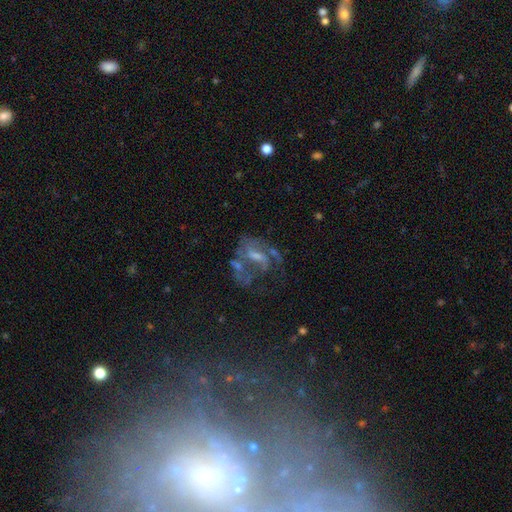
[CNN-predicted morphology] Smooth or featured: featured or disk — 68% (star or artifact — 18%)
Edge-on disk: no — 95% (yes — 5%)
Bar: weak — 46% (no — 35%)
Spiral arms: yes — 71% (no — 29%)
Bulge size: small — 40% (moderate — 37%)
Merging: none — 38% (major disturbance — 30%)